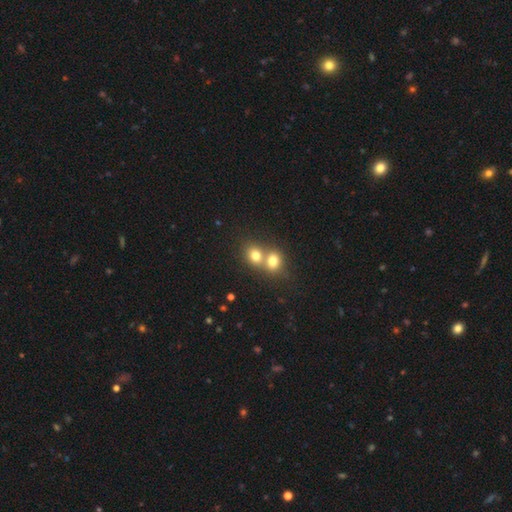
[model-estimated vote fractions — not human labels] Morphology: type=smooth (76%); roundness=round (67%); merging=merger (64%).